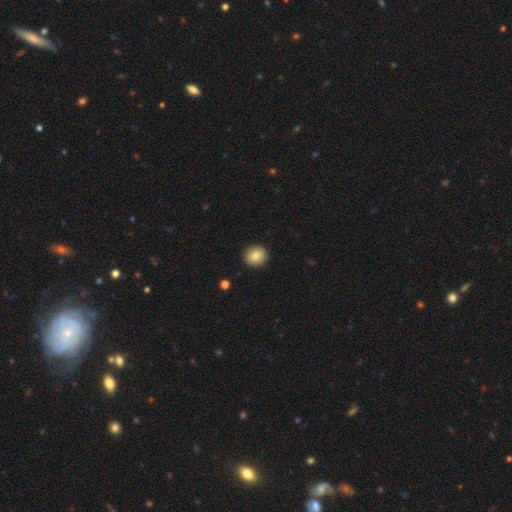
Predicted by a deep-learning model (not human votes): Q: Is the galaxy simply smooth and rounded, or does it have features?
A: smooth — 82%.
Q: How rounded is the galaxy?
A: round — 87%.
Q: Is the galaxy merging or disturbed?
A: none — 91%.